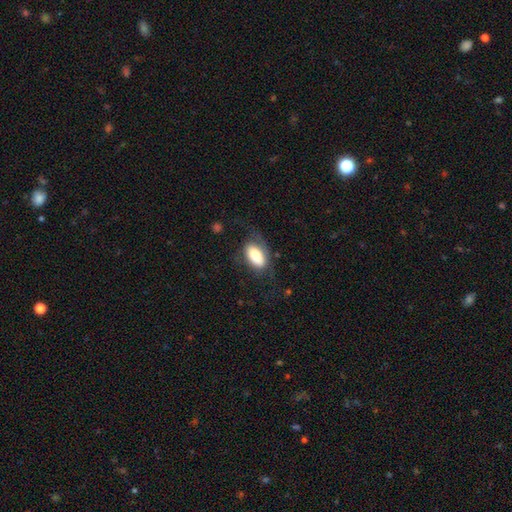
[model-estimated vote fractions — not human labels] Overall: smooth (75%). How rounded: in between (92%). Merging: none (49%; minor disturbance 26%).